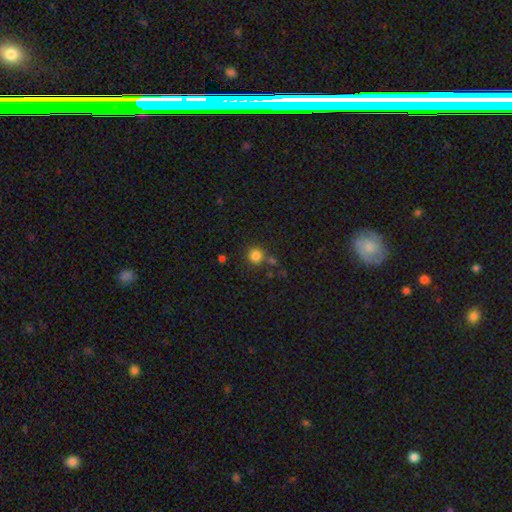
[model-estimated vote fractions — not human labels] Morphology: type=smooth (83%); roundness=round (92%); merging=none (75%).